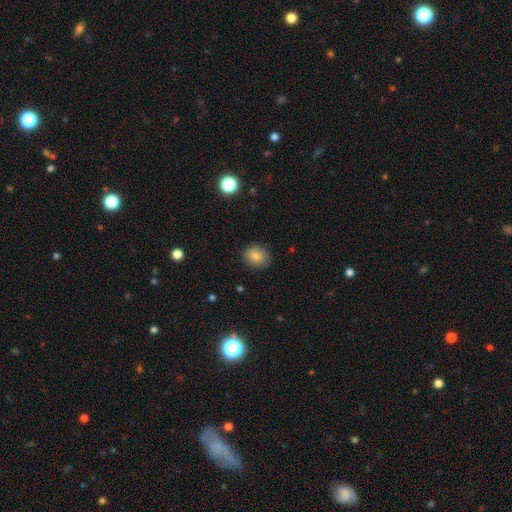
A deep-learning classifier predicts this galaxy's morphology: Q: Smooth or featured?
A: smooth (83%); runner-up: star or artifact (10%)
Q: How rounded?
A: round (61%); runner-up: in between (38%)
Q: Merging?
A: none (87%); runner-up: minor disturbance (10%)